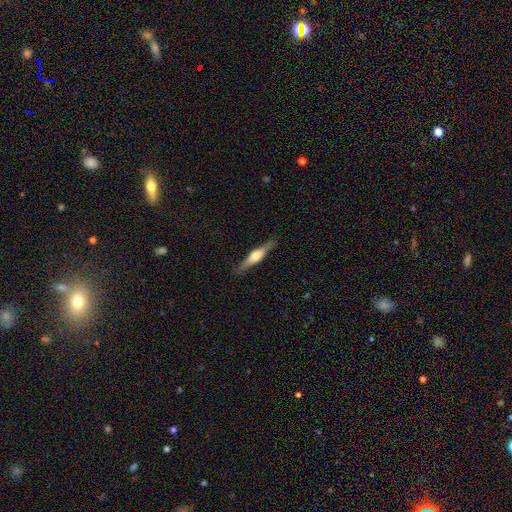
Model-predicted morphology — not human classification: This is likely a featured or disk galaxy (67%). It is clearly viewed edge-on (97%). Edge-on bulge: clearly rounded (88%). Merging: clearly none (87%).